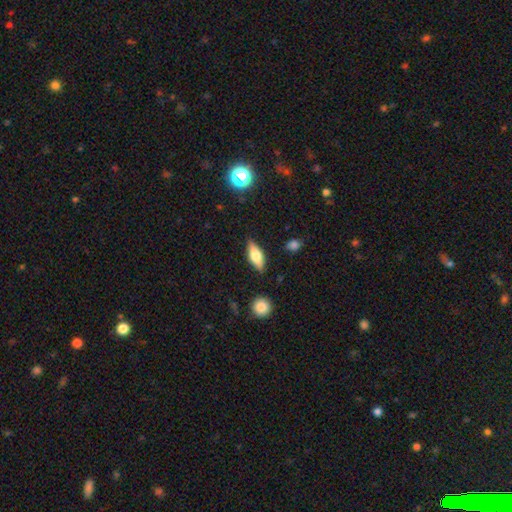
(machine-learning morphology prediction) Smooth or featured: smooth — 56% (featured or disk — 36%)
How rounded: in between — 65% (cigar-shaped — 31%)
Merging: none — 85% (minor disturbance — 11%)